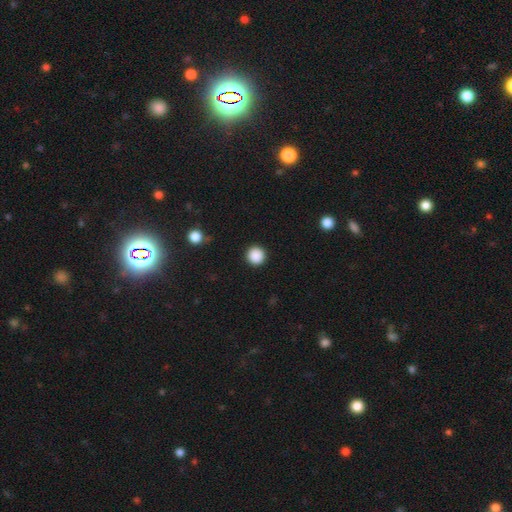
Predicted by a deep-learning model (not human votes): smooth-or-featured: smooth: 88% | star or artifact: 9% | featured or disk: 2%
  how-rounded: round: 96% | in between: 3% | cigar-shaped: 1%
  merging: none: 92% | minor disturbance: 5% | major disturbance: 2% | merger: 1%